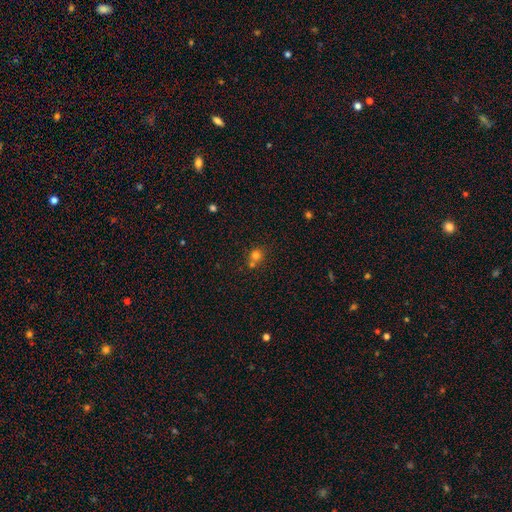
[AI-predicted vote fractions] A smooth galaxy with no disk features (76%) that is round (86%). Merging: none (51%).